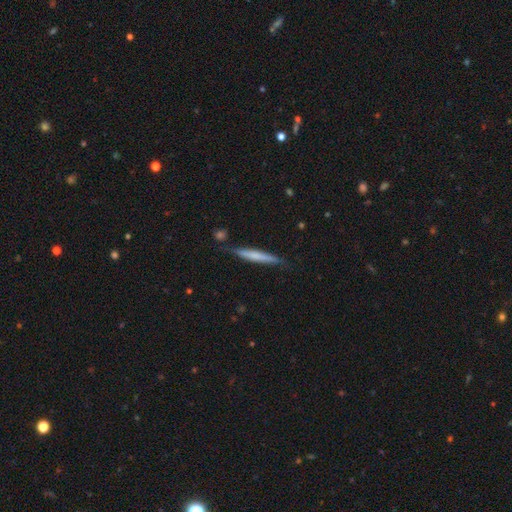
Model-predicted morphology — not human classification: A smooth galaxy with no disk features (55%) that is cigar-shaped (95%). Merging: none (79%).